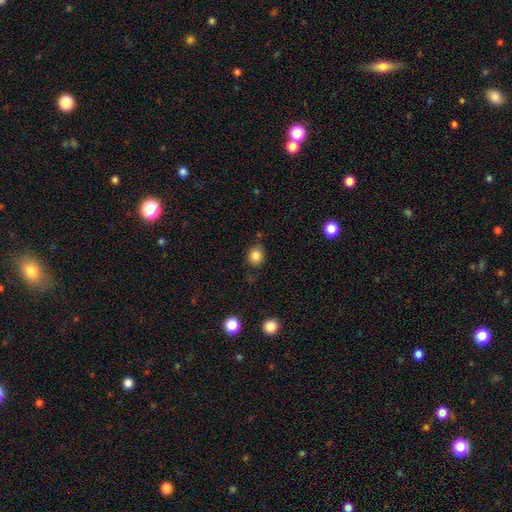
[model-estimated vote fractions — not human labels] smooth-or-featured: smooth: 84% | star or artifact: 11% | featured or disk: 5%
  how-rounded: round: 70% | in between: 29% | cigar-shaped: 1%
  merging: none: 81% | minor disturbance: 13% | merger: 3% | major disturbance: 3%